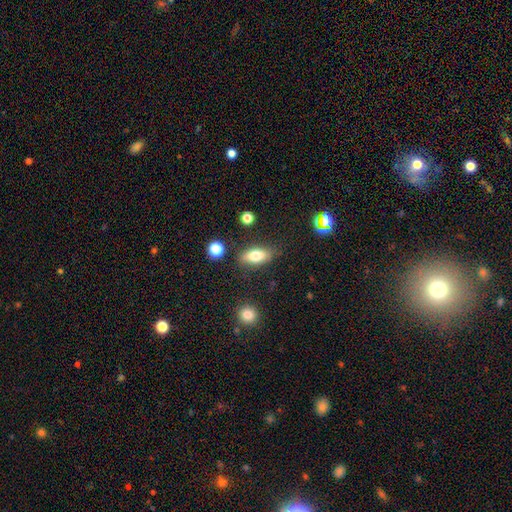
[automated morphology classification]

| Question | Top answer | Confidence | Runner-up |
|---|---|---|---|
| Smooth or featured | smooth | 75% | featured or disk (17%) |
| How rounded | in between | 79% | cigar-shaped (16%) |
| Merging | none | 79% | minor disturbance (14%) |